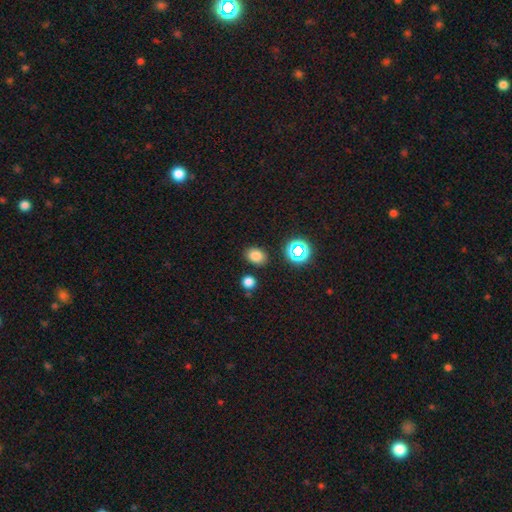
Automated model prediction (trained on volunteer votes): This is likely a smooth galaxy (77%). How rounded: likely in between (60%). Merging: clearly none (83%).